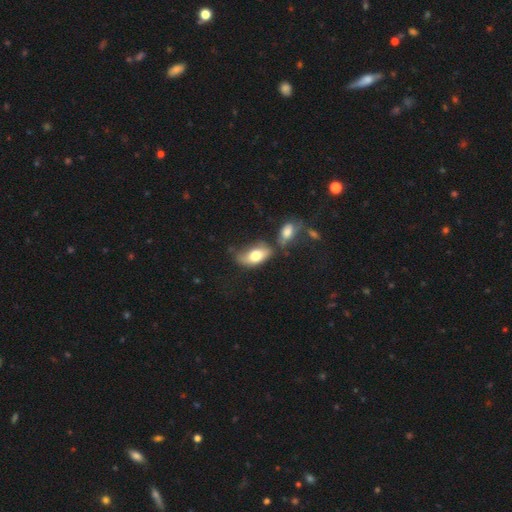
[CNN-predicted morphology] smooth 70%, featured or disk 23%, star or artifact 7%. Down the decision tree: how rounded — in between (90%); merging — none (38%).